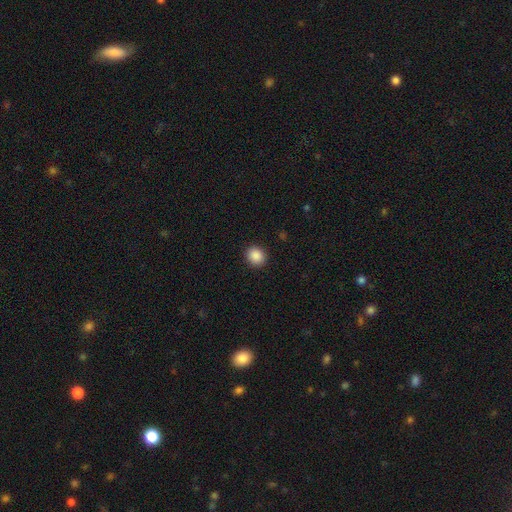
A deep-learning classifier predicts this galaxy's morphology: type=smooth (88%); roundness=round (78%); merging=none (91%).